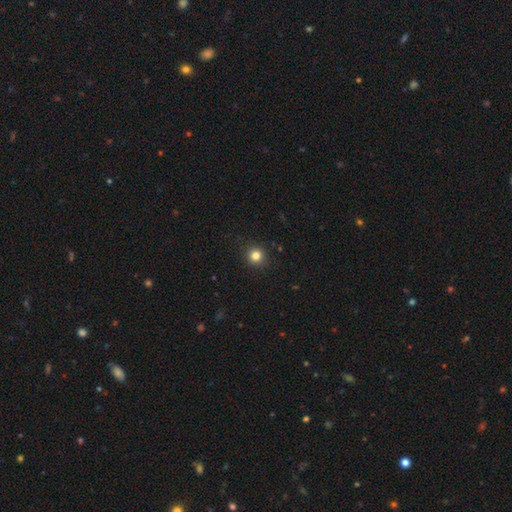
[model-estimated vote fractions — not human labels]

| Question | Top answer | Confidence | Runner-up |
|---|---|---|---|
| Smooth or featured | smooth | 82% | star or artifact (13%) |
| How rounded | round | 93% | in between (6%) |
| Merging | none | 92% | minor disturbance (5%) |